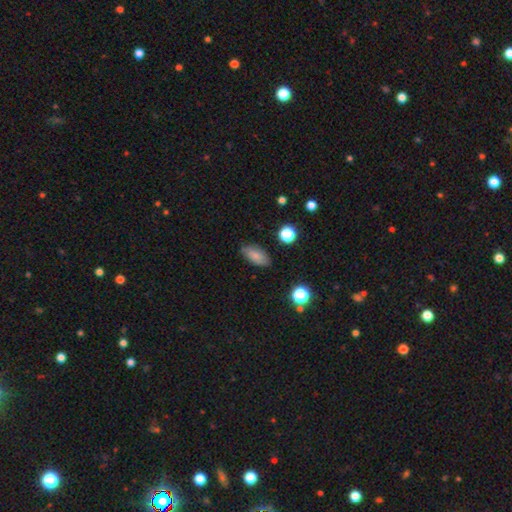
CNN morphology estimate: Smooth or featured? Predicted: smooth (p=0.80). How rounded? Predicted: in between (p=0.88). Merging? Predicted: none (p=0.81).